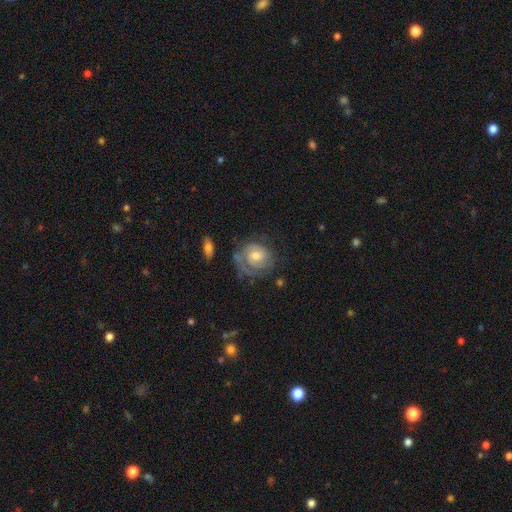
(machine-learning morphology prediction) A featured or disk galaxy (70%) with no bar (65%), tight (64%) spiral arms (84%) and a moderate central bulge (57%). Merging: none (57%).